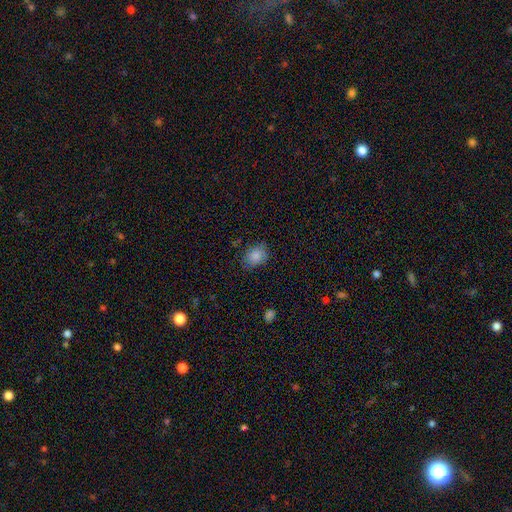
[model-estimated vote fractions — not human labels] Smooth or featured: smooth — 85% (star or artifact — 8%)
How rounded: in between — 60% (round — 39%)
Merging: none — 76% (minor disturbance — 19%)